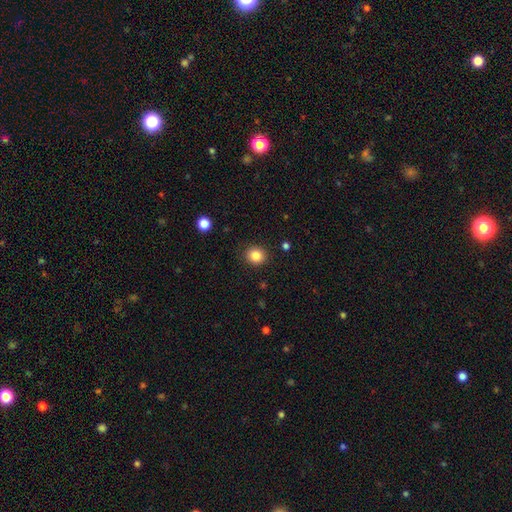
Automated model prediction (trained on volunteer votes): smooth 85%, star or artifact 11%, featured or disk 5%. Down the decision tree: how rounded — round (83%); merging — none (90%).